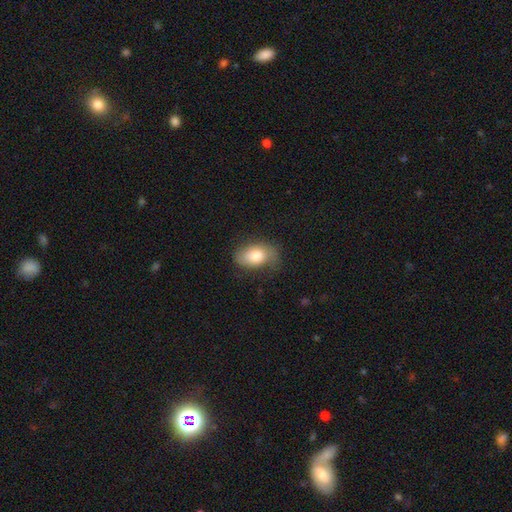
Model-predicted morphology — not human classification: Smooth or featured? Predicted: smooth (p=0.72). How rounded? Predicted: in between (p=0.86). Merging? Predicted: none (p=0.61).